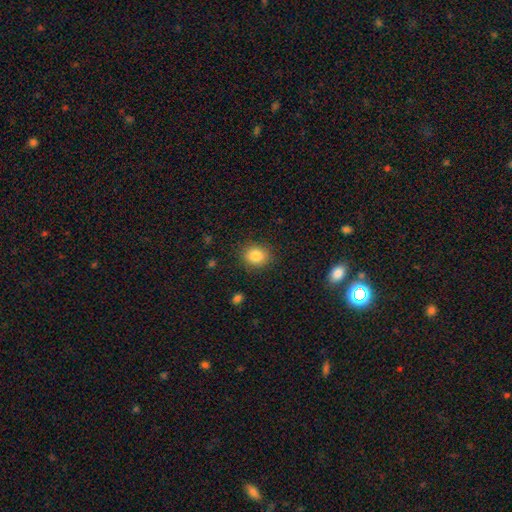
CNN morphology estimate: Smooth or featured: smooth — 85% (star or artifact — 10%)
How rounded: round — 70% (in between — 29%)
Merging: none — 87% (minor disturbance — 9%)